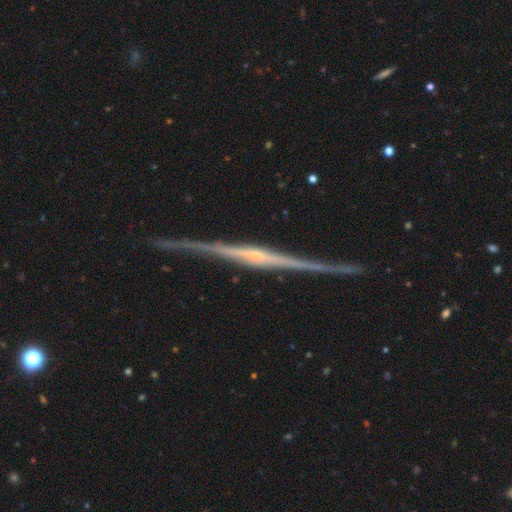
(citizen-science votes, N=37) This appears to be a featured or disk galaxy (92%) viewed edge-on (100%) with a rounded central bulge (82%). Merging: none (83%).